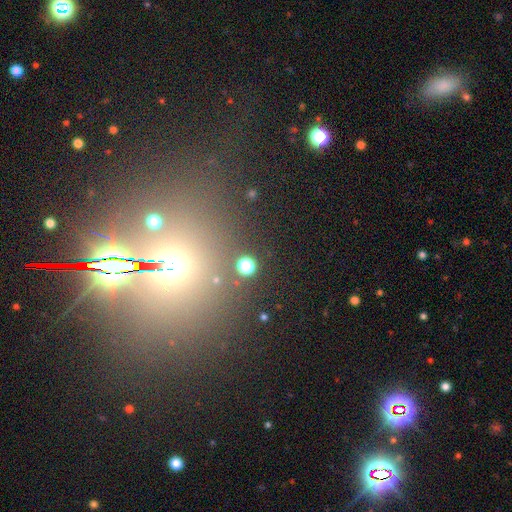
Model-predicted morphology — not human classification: Overall: star or artifact (50%; smooth 37%).